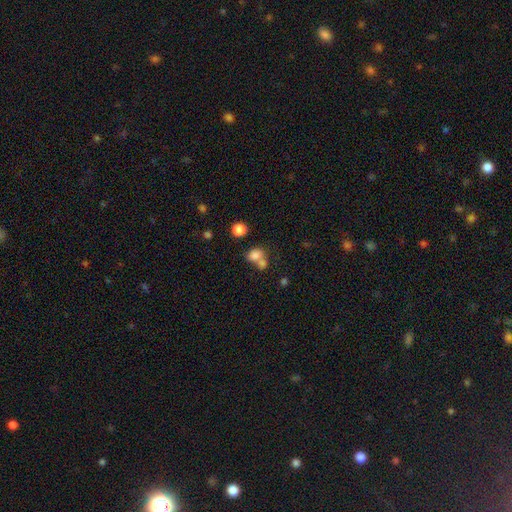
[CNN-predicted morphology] Smooth or featured? Predicted: smooth (p=0.77). How rounded? Predicted: round (p=0.54). Merging? Predicted: merger (p=0.55).